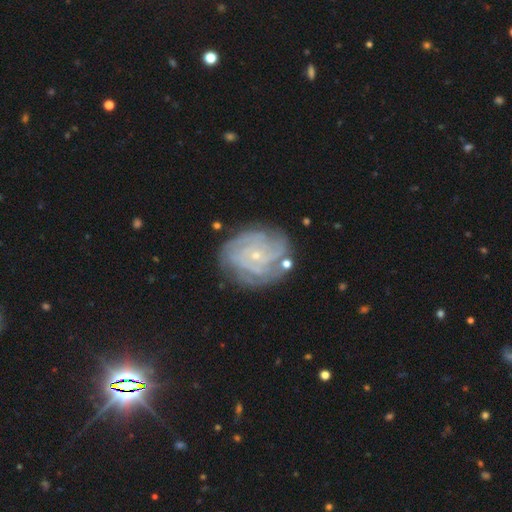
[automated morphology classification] Q: Smooth or featured?
A: featured or disk (82%); runner-up: smooth (11%)
Q: Edge-on disk?
A: no (97%); runner-up: yes (3%)
Q: Bar?
A: no (77%); runner-up: weak (19%)
Q: Spiral arms?
A: yes (94%); runner-up: no (6%)
Q: Spiral winding?
A: tight (73%); runner-up: medium (22%)
Q: Spiral arm count?
A: can't tell (30%); runner-up: 4 (26%)
Q: Bulge size?
A: small (85%); runner-up: moderate (11%)
Q: Merging?
A: none (73%); runner-up: minor disturbance (17%)